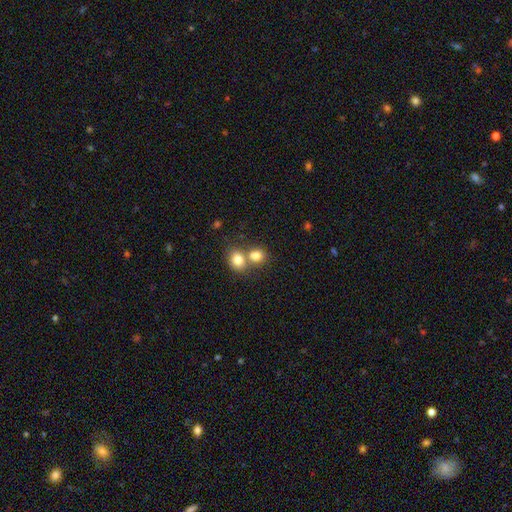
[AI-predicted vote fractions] Overall: smooth (80%). How rounded: round (70%). Merging: merger (54%; none 38%).